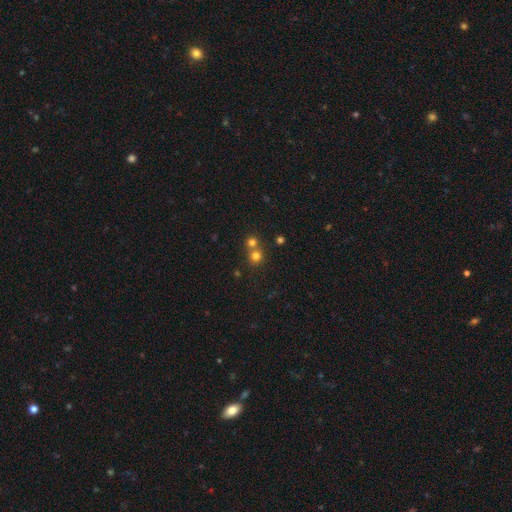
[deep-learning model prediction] A smooth galaxy with no disk features (74%) that is round (90%). Merging: none (53%).